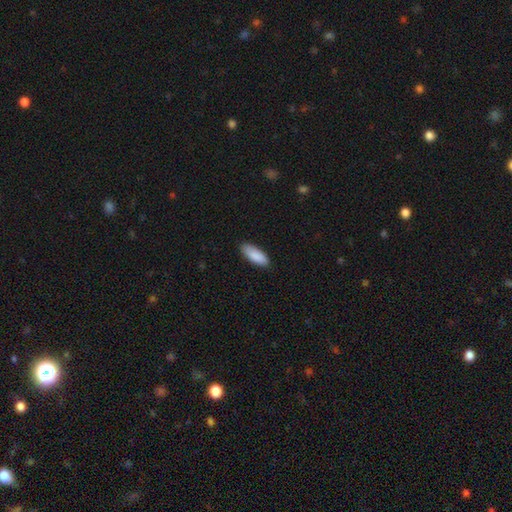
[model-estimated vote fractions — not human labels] smooth_or_featured: smooth (p=0.89) [alt: star or artifact p=0.06]
how_rounded: in between (p=0.73) [alt: cigar-shaped p=0.25]
merging: none (p=0.85) [alt: minor disturbance p=0.12]